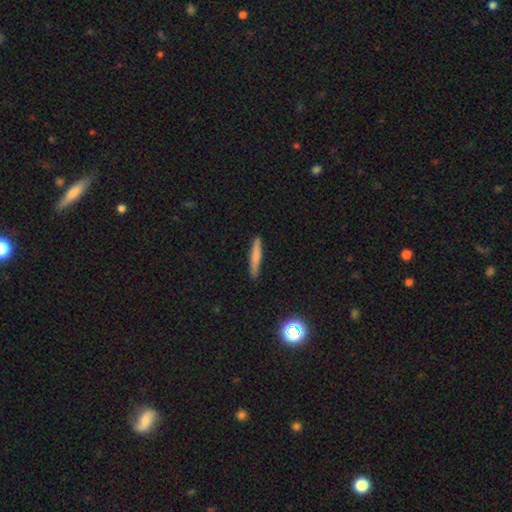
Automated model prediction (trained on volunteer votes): Smooth or featured?
  - smooth: 72% *
  - featured or disk: 20%
  - star or artifact: 8%
How rounded?
  - cigar-shaped: 94% *
  - in between: 4%
  - round: 2%
Merging?
  - none: 90% *
  - minor disturbance: 7%
  - major disturbance: 2%
  - merger: 1%